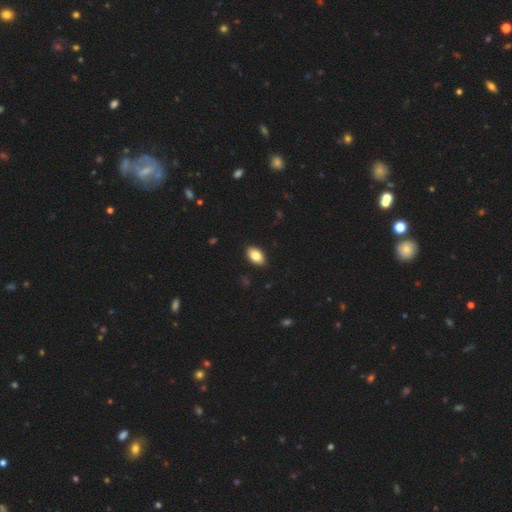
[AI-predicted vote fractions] A smooth galaxy with no disk features (84%) that is in between round and cigar-shaped (92%).

Vote fractions:
- Smooth or featured? smooth: 84% / featured or disk: 8% / star or artifact: 7%
- How rounded? in between: 92% / round: 7% / cigar-shaped: 1%
- Merging? none: 90% / minor disturbance: 8% / major disturbance: 2% / merger: 1%